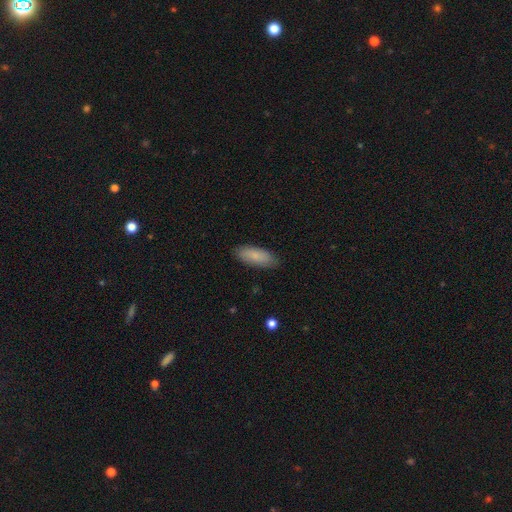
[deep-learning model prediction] Q: Smooth or featured?
A: smooth (83%); runner-up: featured or disk (11%)
Q: How rounded?
A: in between (75%); runner-up: cigar-shaped (23%)
Q: Merging?
A: none (86%); runner-up: minor disturbance (11%)